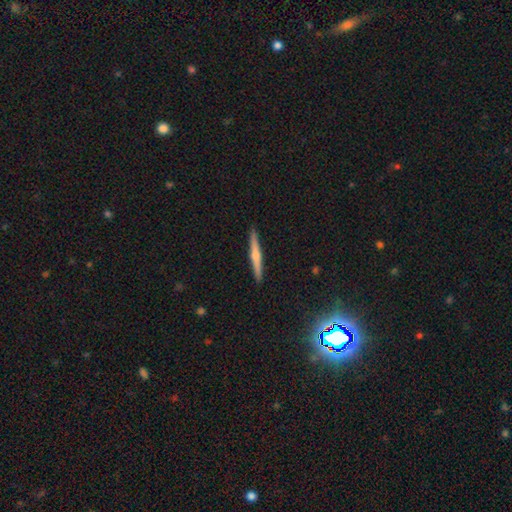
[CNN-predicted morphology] featured or disk 65%, smooth 26%, star or artifact 9%. Down the decision tree: edge-on disk — yes (98%); edge-on bulge — rounded (81%); merging — none (92%).